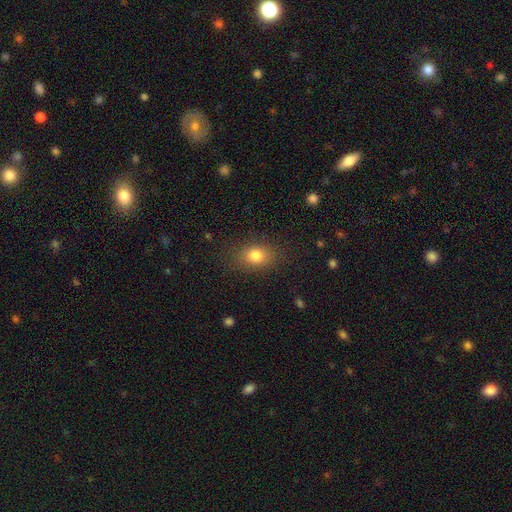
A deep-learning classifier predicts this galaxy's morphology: A smooth galaxy with no disk features (81%) that is in between round and cigar-shaped (65%).

Vote fractions:
- Smooth or featured? smooth: 81% / star or artifact: 11% / featured or disk: 8%
- How rounded? in between: 65% / round: 33% / cigar-shaped: 2%
- Merging? none: 83% / minor disturbance: 12% / major disturbance: 4% / merger: 1%